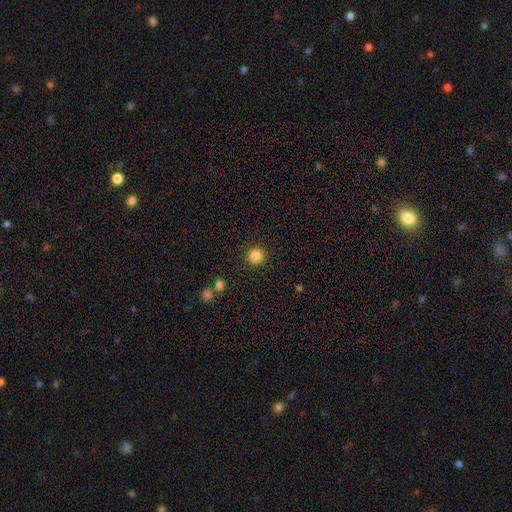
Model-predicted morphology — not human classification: smooth-or-featured: smooth: 85% | star or artifact: 11% | featured or disk: 4%
  how-rounded: round: 93% | in between: 6% | cigar-shaped: 1%
  merging: none: 90% | minor disturbance: 6% | major disturbance: 2% | merger: 2%